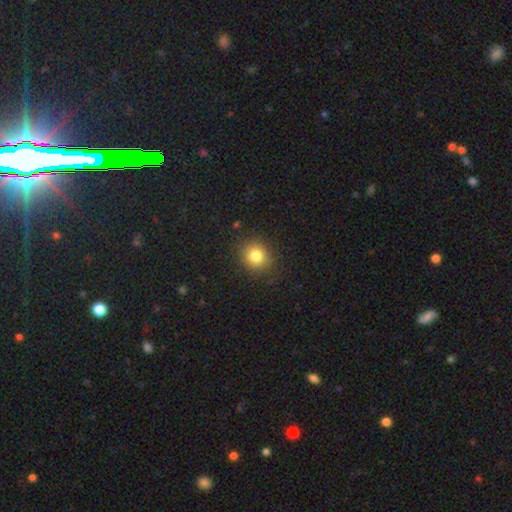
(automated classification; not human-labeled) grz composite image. It shows a smooth galaxy with no disk features (81%) that is round (84%). Merging: none (88%).